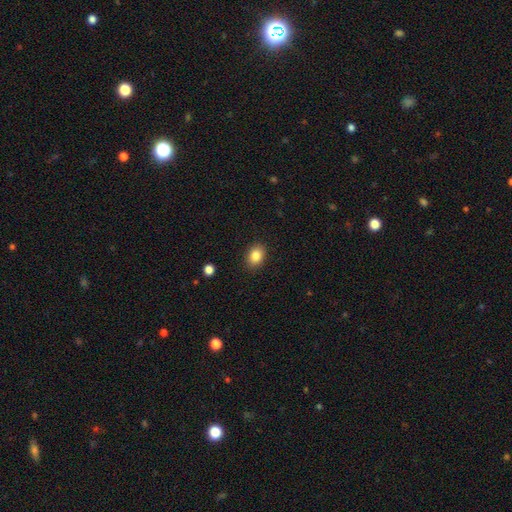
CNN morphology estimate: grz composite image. It shows a smooth galaxy with no disk features (85%) that is in between round and cigar-shaped (68%). Merging: none (89%).